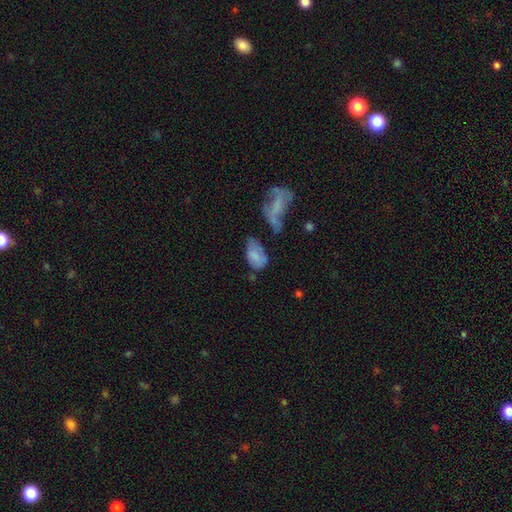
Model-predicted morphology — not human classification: smooth 72%, featured or disk 20%, star or artifact 9%. Down the decision tree: how rounded — in between (91%); merging — none (34%).